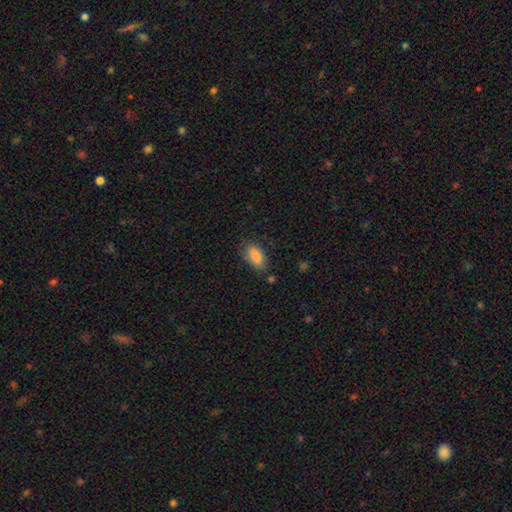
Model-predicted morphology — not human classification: smooth_or_featured: smooth (p=0.86) [alt: featured or disk p=0.07]
how_rounded: in between (p=0.88) [alt: cigar-shaped p=0.09]
merging: none (p=0.74) [alt: minor disturbance p=0.18]